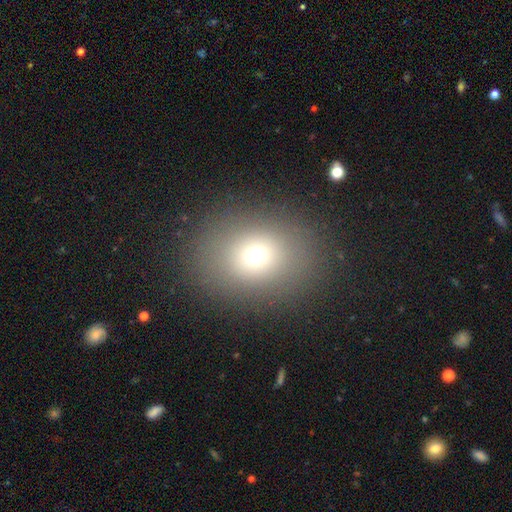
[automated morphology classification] The model was most divided on "how rounded": round: 52%, in between: 47%, cigar-shaped: 1%. More confident: merging — none (85%); smooth or featured — smooth (69%).